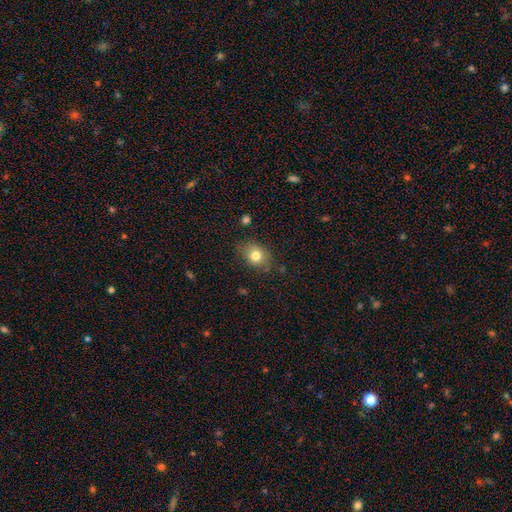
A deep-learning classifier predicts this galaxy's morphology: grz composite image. It shows a smooth galaxy with no disk features (78%) that is in between round and cigar-shaped (61%). Merging: none (77%).